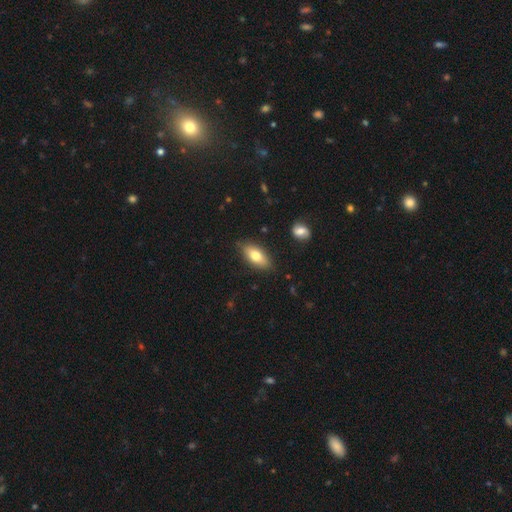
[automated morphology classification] A smooth galaxy with no disk features (72%) that is in between round and cigar-shaped (81%). Merging: none (83%).